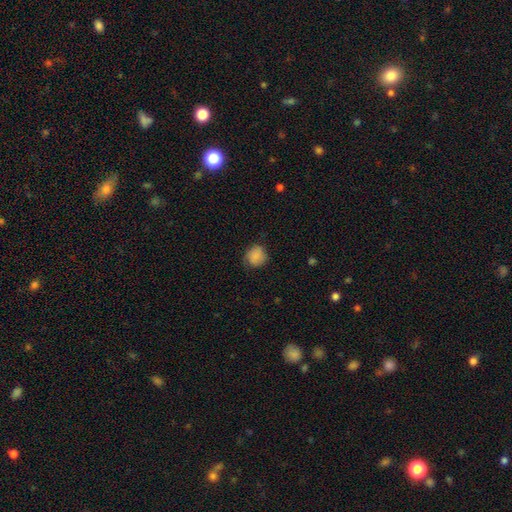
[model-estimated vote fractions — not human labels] Morphology: type=smooth (83%); roundness=round (79%); merging=none (72%).